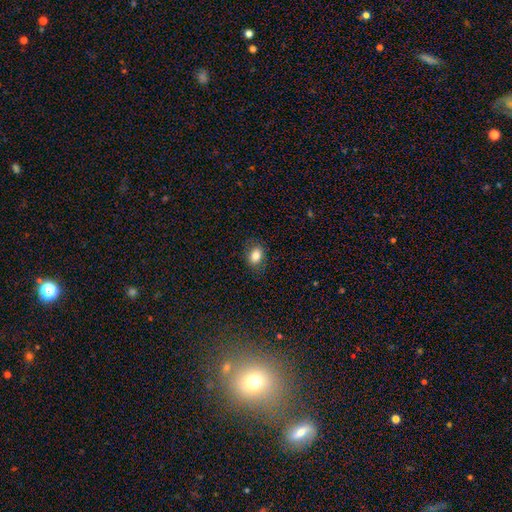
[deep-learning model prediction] A smooth galaxy with no disk features (83%) that is in between round and cigar-shaped (73%).

Vote fractions:
- Smooth or featured? smooth: 83% / star or artifact: 9% / featured or disk: 8%
- How rounded? in between: 73% / round: 25% / cigar-shaped: 1%
- Merging? none: 82% / minor disturbance: 13% / major disturbance: 4% / merger: 1%